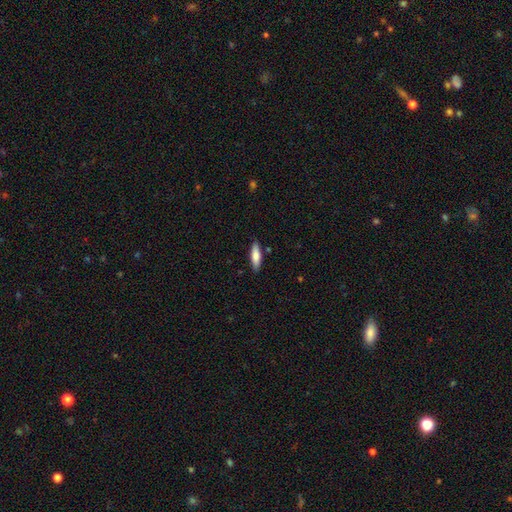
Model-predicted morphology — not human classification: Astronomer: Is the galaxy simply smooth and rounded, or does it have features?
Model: smooth — 78%.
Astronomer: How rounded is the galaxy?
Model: cigar-shaped — 58% (runner-up: in between, 40%).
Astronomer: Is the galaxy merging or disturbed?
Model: none — 87%.